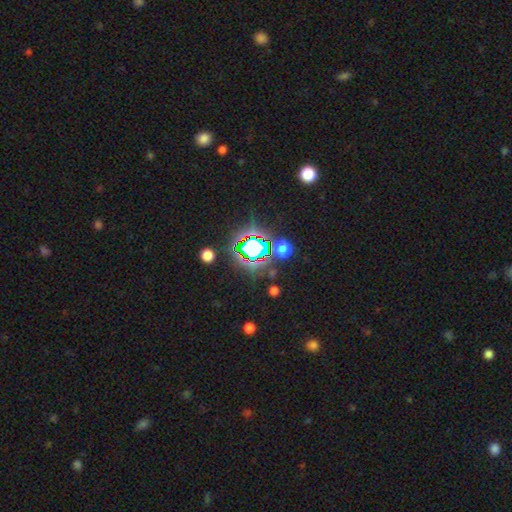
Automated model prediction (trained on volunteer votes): The model was most divided on "smooth or featured": star or artifact: 73%, smooth: 17%, featured or disk: 10%.